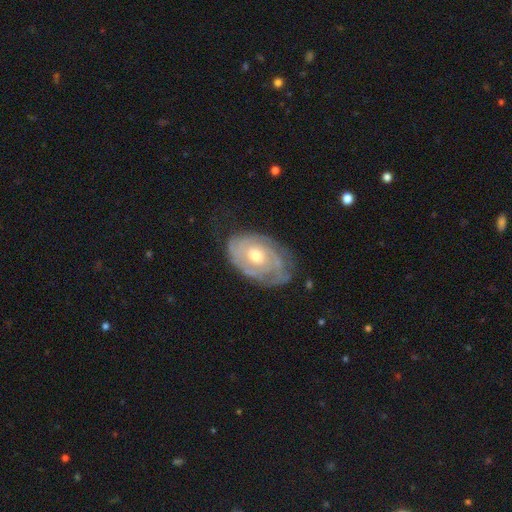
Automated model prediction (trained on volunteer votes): A featured or disk galaxy (80%) with no bar (77%), tight (69%) spiral arms (87%) and a moderate central bulge (72%).

Vote fractions:
- Smooth or featured? featured or disk: 80% / smooth: 15% / star or artifact: 5%
- Edge-on disk? no: 96% / yes: 4%
- Bar? no: 77% / weak: 19% / strong: 3%
- Spiral arms? yes: 87% / no: 13%
- Spiral winding? tight: 69% / medium: 24% / loose: 7%
- Spiral arm count? can't tell: 47% / 2: 25% / 3: 13% / 1: 6% / 4: 5% / more than 4: 4%
- Bulge size? moderate: 72% / small: 20% / large: 6% / none: 1% / dominant: 1%
- Merging? none: 65% / minor disturbance: 24% / major disturbance: 9% / merger: 1%